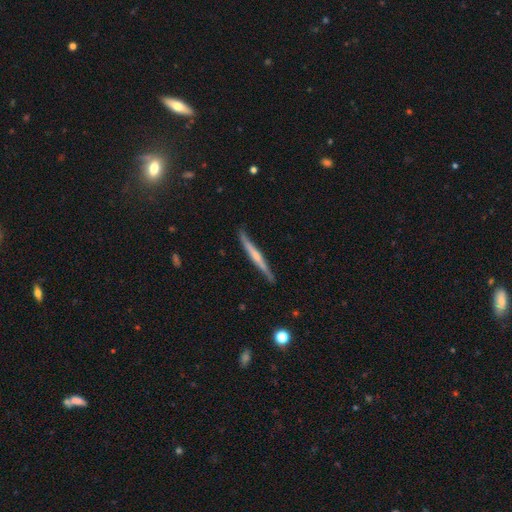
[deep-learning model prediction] Smooth or featured? featured or disk (61%)
Edge-on disk? yes (97%)
Edge-on bulge? none (47%)
Merging? none (85%)